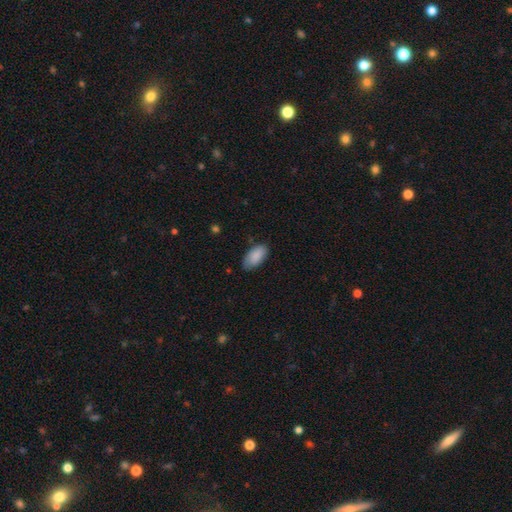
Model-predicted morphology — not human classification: smooth 88%, star or artifact 6%, featured or disk 5%. Down the decision tree: how rounded — in between (94%); merging — none (79%).